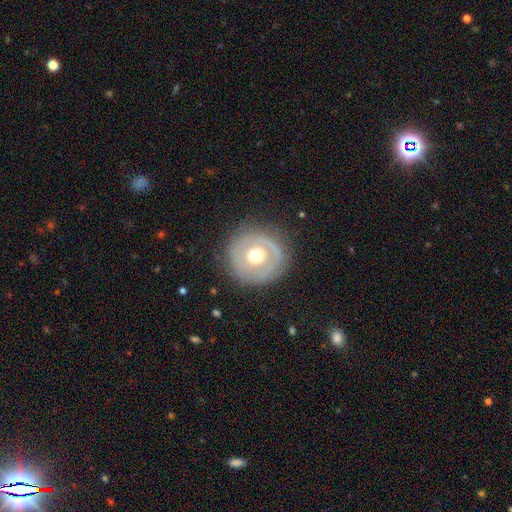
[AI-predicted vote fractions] featured or disk 59%, smooth 34%, star or artifact 6%. Down the decision tree: edge-on disk — no (96%); bar — no (84%); spiral arms — no (60%); bulge size — moderate (76%); merging — none (79%).